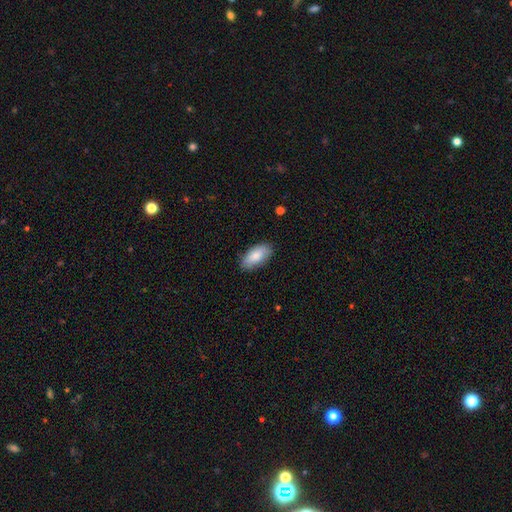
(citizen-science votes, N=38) smooth 92%, featured or disk 8%, star or artifact 0%. Down the decision tree: how rounded — in between (94%); merging — none (79%).